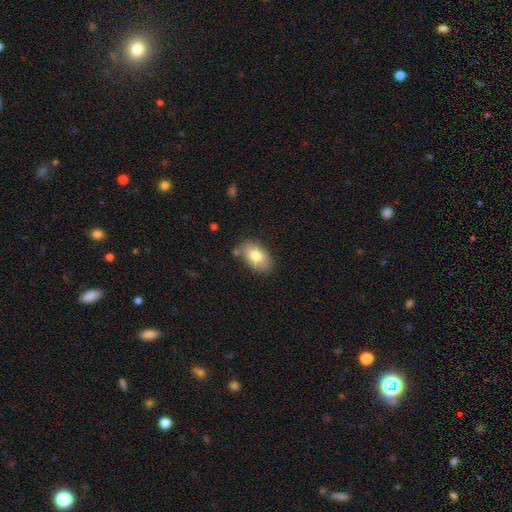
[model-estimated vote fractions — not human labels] This appears to be a smooth galaxy with no disk features (79%) that is in between round and cigar-shaped (91%). Merging: none (78%).